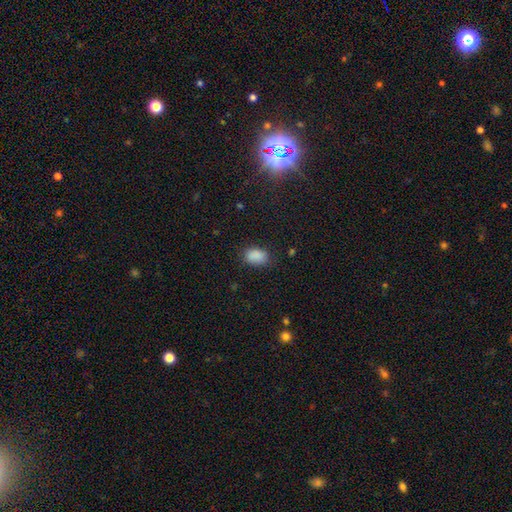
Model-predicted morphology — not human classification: smooth_or_featured: smooth (p=0.88) [alt: star or artifact p=0.09]
how_rounded: in between (p=0.87) [alt: round p=0.12]
merging: none (p=0.80) [alt: minor disturbance p=0.15]